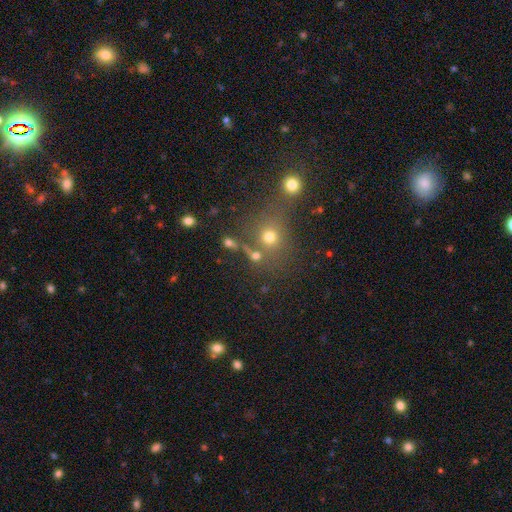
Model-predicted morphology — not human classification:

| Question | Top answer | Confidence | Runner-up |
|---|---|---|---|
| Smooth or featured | smooth | 65% | star or artifact (23%) |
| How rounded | round | 76% | in between (20%) |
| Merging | none | 61% | merger (23%) |